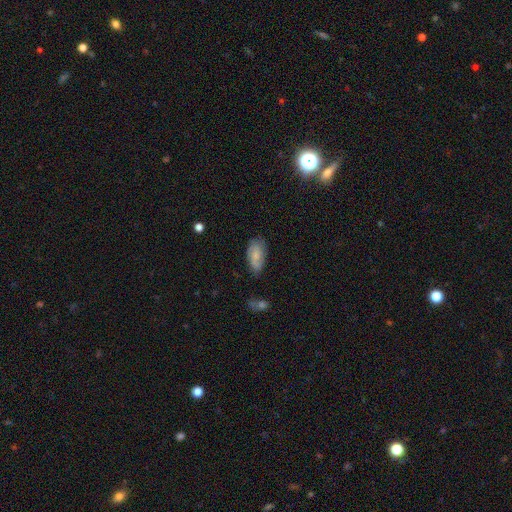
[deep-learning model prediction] Q: Smooth or featured?
A: smooth (64%); runner-up: featured or disk (28%)
Q: How rounded?
A: in between (90%); runner-up: cigar-shaped (6%)
Q: Merging?
A: none (66%); runner-up: minor disturbance (26%)